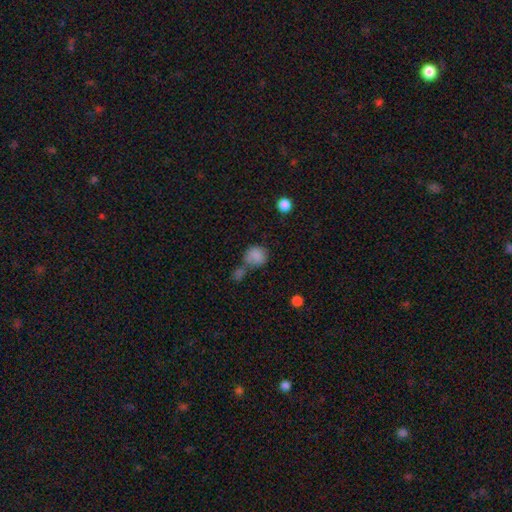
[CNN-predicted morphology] Smooth or featured? Predicted: smooth (p=0.84). How rounded? Predicted: round (p=0.78). Merging? Predicted: none (p=0.45).